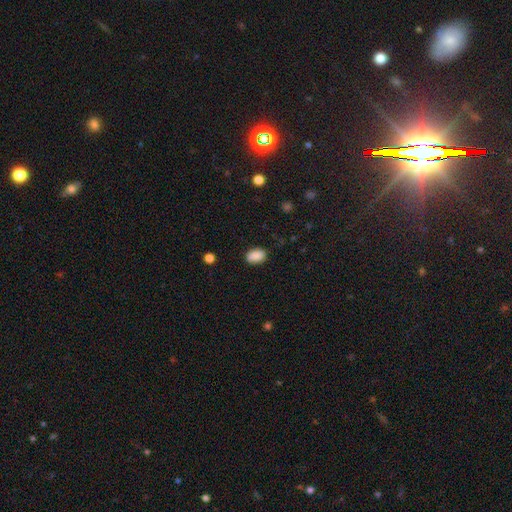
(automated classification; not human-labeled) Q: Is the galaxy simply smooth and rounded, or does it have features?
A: smooth — 88%.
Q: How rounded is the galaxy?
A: in between — 86%.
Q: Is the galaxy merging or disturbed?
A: none — 85%.